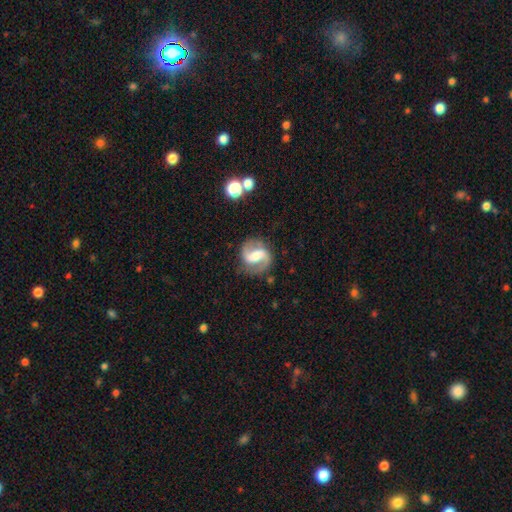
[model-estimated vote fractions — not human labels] Smooth or featured? Predicted: featured or disk (p=0.84). Edge-on disk? Predicted: no (p=0.98). Bar? Predicted: strong (p=0.43). Spiral arms? Predicted: yes (p=0.95). Spiral winding? Predicted: medium (p=0.50). Spiral arm count? Predicted: 2 (p=0.92). Bulge size? Predicted: moderate (p=0.44). Merging? Predicted: none (p=0.79).